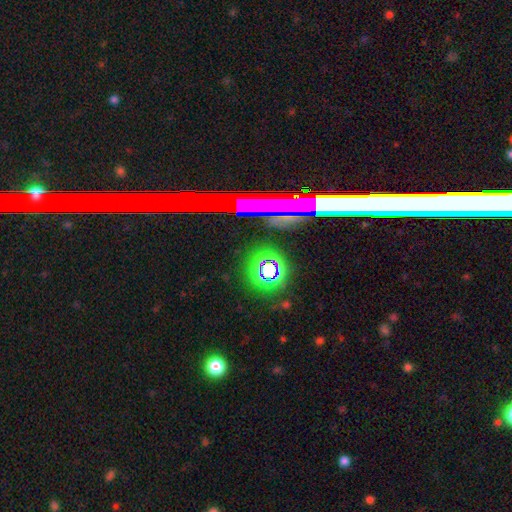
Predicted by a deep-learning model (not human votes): Smooth or featured: star or artifact — 63% (featured or disk — 23%)